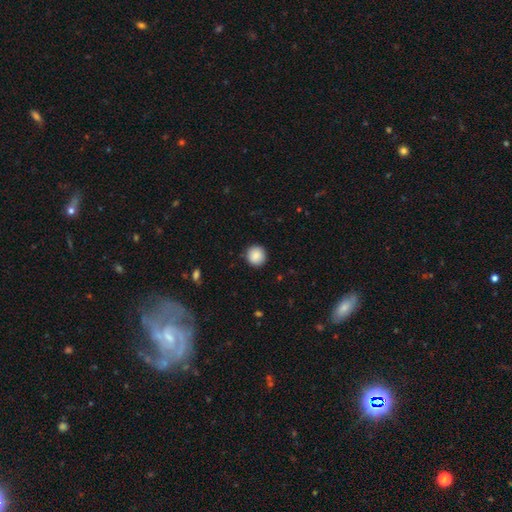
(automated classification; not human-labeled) smooth_or_featured: smooth (p=0.88) [alt: star or artifact p=0.08]
how_rounded: round (p=0.93) [alt: in between p=0.06]
merging: none (p=0.91) [alt: minor disturbance p=0.07]